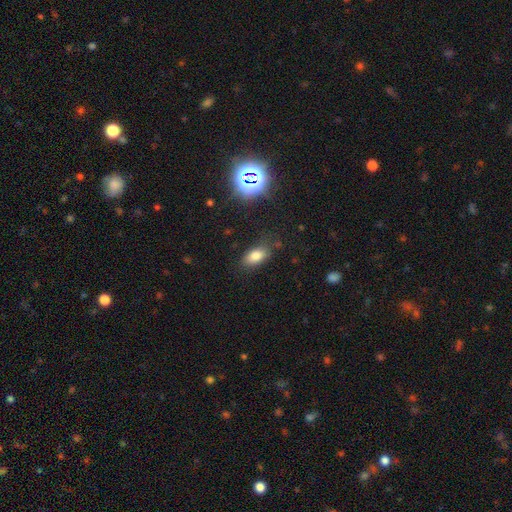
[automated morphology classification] Smooth or featured?
  - smooth: 78% *
  - star or artifact: 13%
  - featured or disk: 9%
How rounded?
  - in between: 88% *
  - round: 7%
  - cigar-shaped: 4%
Merging?
  - none: 80% *
  - minor disturbance: 14%
  - major disturbance: 4%
  - merger: 2%